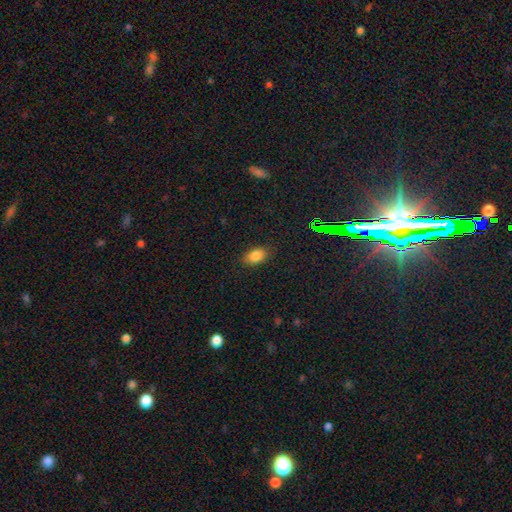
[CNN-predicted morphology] Smooth or featured?
  - smooth: 83% *
  - star or artifact: 11%
  - featured or disk: 6%
How rounded?
  - in between: 85% *
  - round: 12%
  - cigar-shaped: 3%
Merging?
  - none: 85% *
  - minor disturbance: 11%
  - major disturbance: 3%
  - merger: 1%